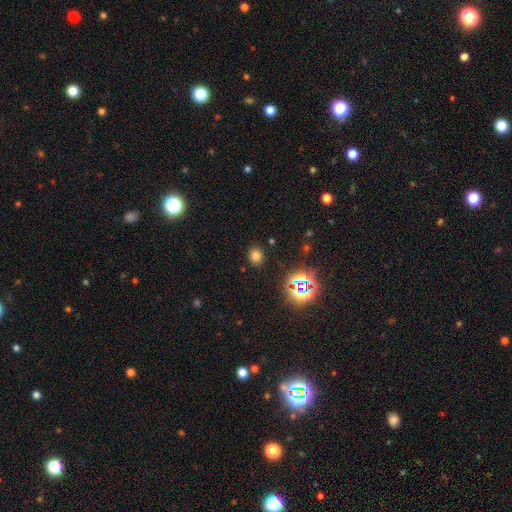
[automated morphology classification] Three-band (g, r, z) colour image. It shows a smooth galaxy with no disk features (70%) that is round (61%). Merging: none (87%).